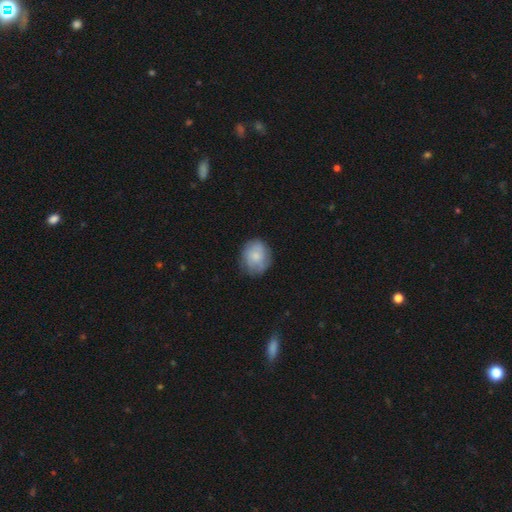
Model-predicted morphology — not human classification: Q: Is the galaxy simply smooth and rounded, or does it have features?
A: smooth — 72%.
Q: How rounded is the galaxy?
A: round — 61%.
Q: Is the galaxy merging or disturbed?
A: none — 76%.